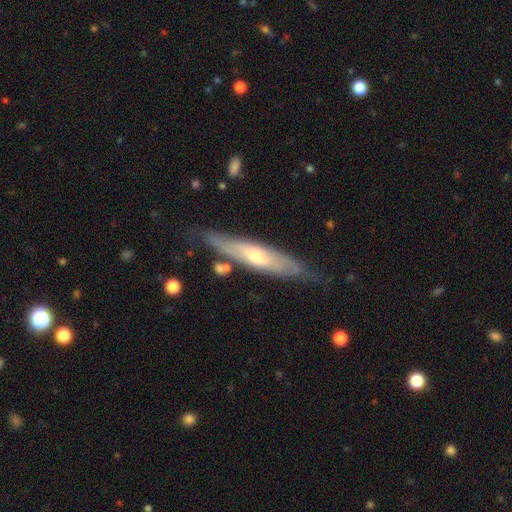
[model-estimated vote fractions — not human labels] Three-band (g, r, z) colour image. It shows a featured or disk galaxy (60%) viewed edge-on (63%). Merging: none (73%).